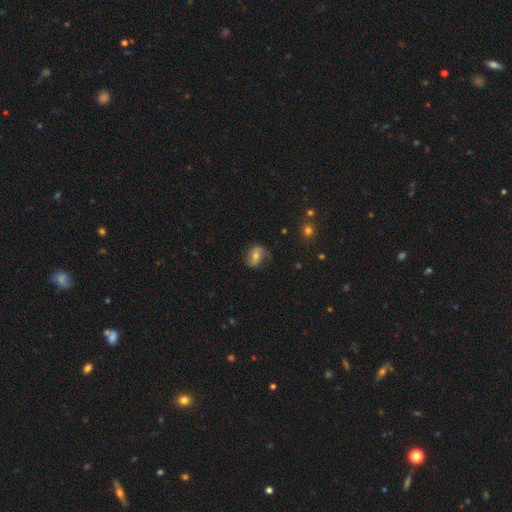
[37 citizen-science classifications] Smooth or featured? 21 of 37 (57%) said featured or disk. Edge-on disk? 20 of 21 (95%) said no. Bar? 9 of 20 (45%) said weak. Spiral arms? 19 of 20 (95%) said yes. Spiral winding? 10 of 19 (53%) said loose. Spiral arm count? 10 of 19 (53%) said 2. Bulge size? 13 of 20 (65%) said moderate. Merging? 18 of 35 (51%) said none.